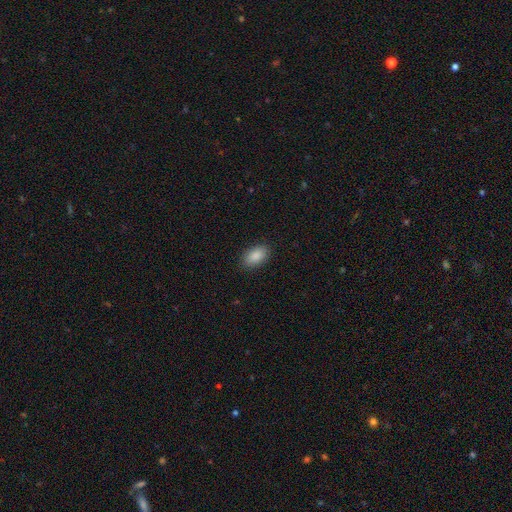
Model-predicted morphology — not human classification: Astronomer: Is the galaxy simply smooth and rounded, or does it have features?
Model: smooth — 89%.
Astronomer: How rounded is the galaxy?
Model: in between — 93%.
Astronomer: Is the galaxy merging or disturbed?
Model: none — 88%.